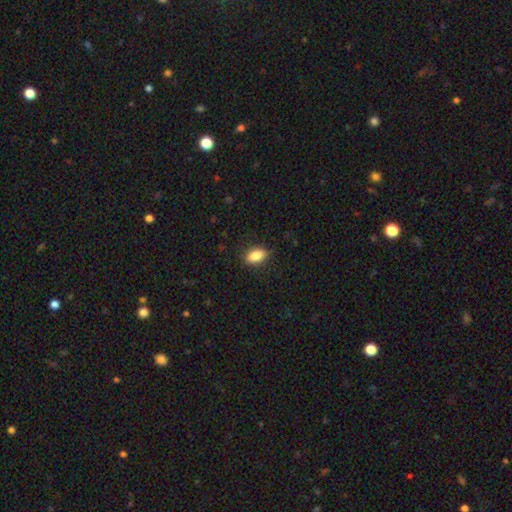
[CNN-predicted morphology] This is clearly a smooth galaxy (87%). How rounded: clearly in between (89%). Merging: clearly none (86%).